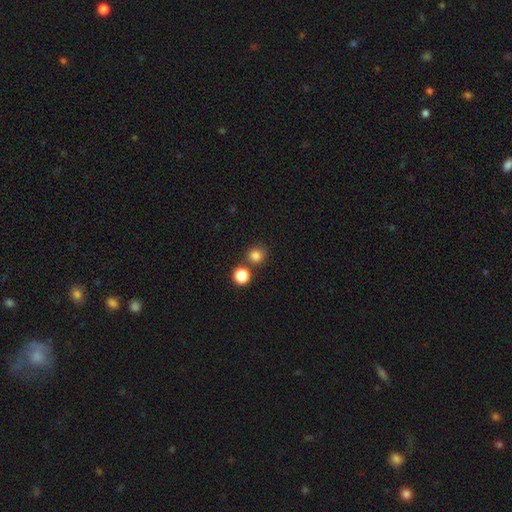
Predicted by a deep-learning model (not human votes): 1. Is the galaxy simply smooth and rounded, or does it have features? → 82% smooth, 14% star or artifact, 4% featured or disk.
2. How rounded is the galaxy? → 91% round, 8% in between, 1% cigar-shaped.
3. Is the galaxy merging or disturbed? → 76% none, 14% merger, 7% minor disturbance, 3% major disturbance.